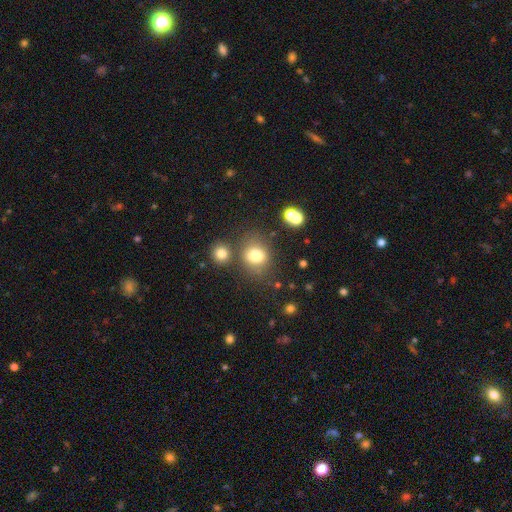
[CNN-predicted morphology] type=smooth (77%); roundness=round (69%); merging=none (68%).